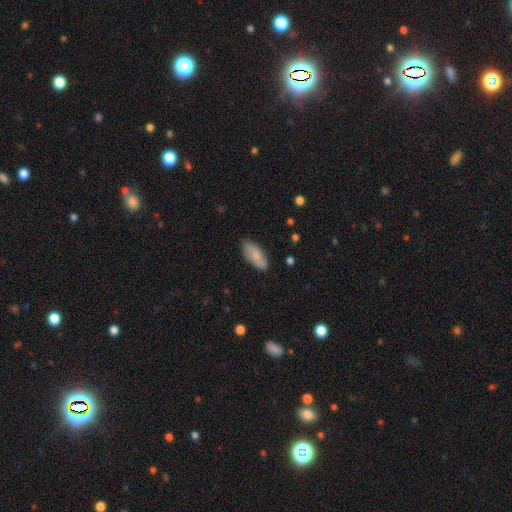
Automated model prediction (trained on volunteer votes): A smooth galaxy with no disk features (75%) that is in between round and cigar-shaped (85%).

Vote fractions:
- Smooth or featured? smooth: 75% / featured or disk: 19% / star or artifact: 6%
- How rounded? in between: 85% / cigar-shaped: 13% / round: 2%
- Merging? none: 82% / minor disturbance: 14% / major disturbance: 3% / merger: 1%